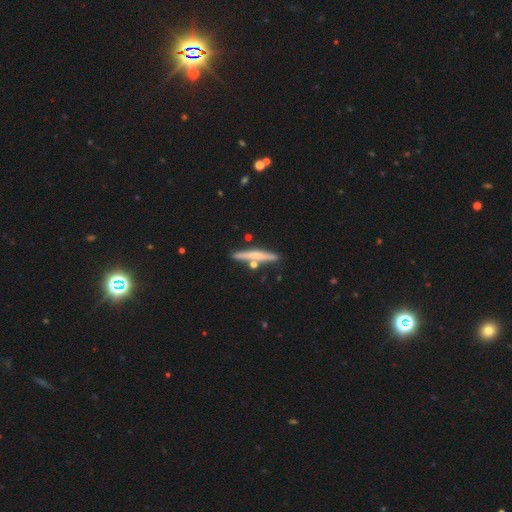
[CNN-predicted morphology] This is possibly a featured or disk galaxy (47%, tied with smooth). Merging: clearly none (80%).